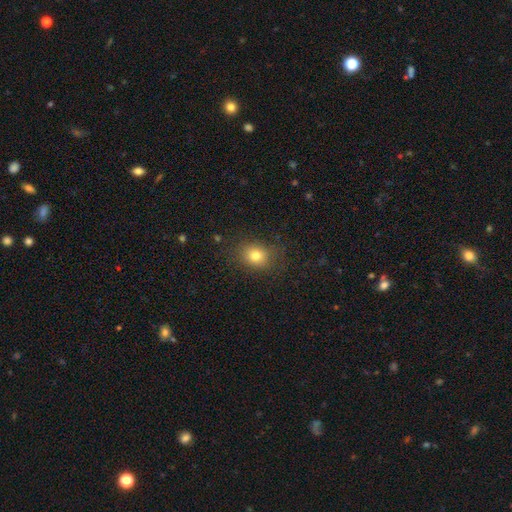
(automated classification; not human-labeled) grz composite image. It shows a smooth galaxy with no disk features (78%) that is round (57%). Merging: none (81%).